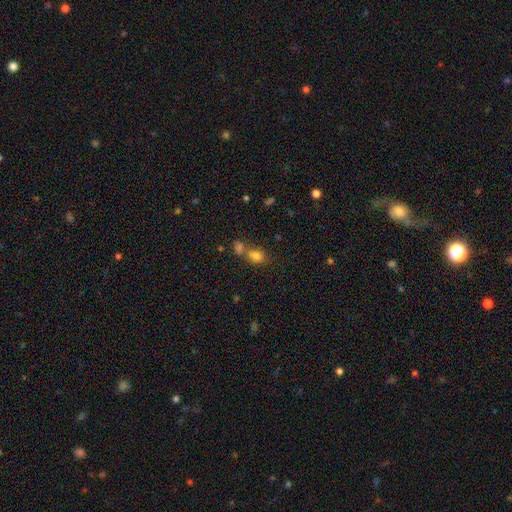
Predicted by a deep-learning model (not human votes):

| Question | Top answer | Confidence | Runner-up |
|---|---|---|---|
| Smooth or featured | smooth | 75% | star or artifact (15%) |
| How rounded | in between | 50% | round (48%) |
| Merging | none | 44% | merger (42%) |